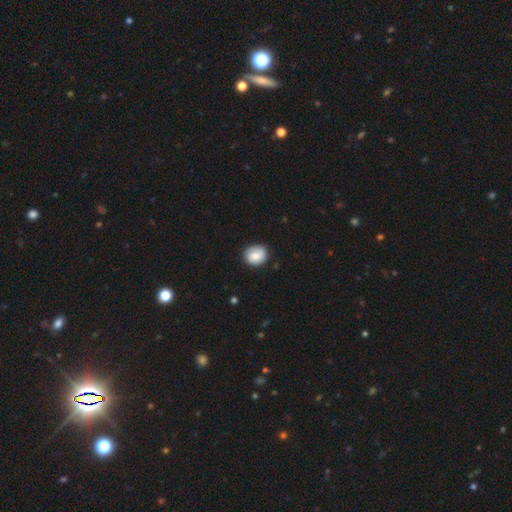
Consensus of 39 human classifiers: Q: Smooth or featured?
A: smooth (77%); runner-up: featured or disk (23%)
Q: How rounded?
A: round (73%); runner-up: in between (27%)
Q: Merging?
A: none (82%); runner-up: minor disturbance (13%)